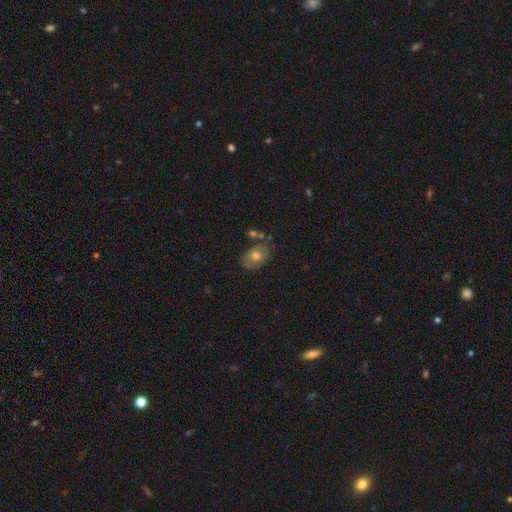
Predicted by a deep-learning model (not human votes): A smooth galaxy with no disk features (58%) that is in between round and cigar-shaped (76%).

Vote fractions:
- Smooth or featured? smooth: 58% / featured or disk: 32% / star or artifact: 10%
- How rounded? in between: 76% / round: 23% / cigar-shaped: 1%
- Merging? none: 70% / minor disturbance: 18% / merger: 8% / major disturbance: 5%